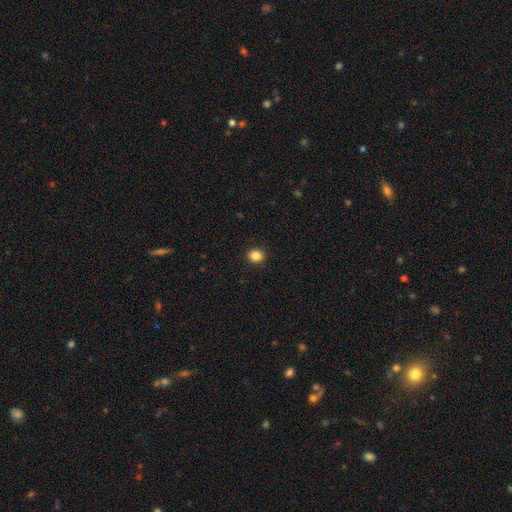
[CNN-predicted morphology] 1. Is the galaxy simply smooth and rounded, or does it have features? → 86% smooth, 10% star or artifact, 4% featured or disk.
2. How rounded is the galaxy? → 66% round, 33% in between, 1% cigar-shaped.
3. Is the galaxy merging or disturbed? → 91% none, 6% minor disturbance, 2% major disturbance, 1% merger.